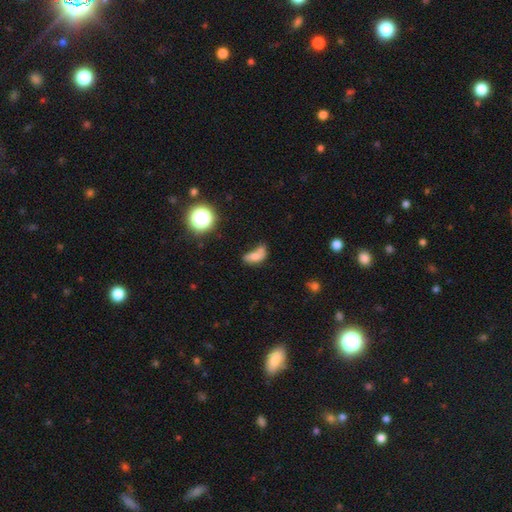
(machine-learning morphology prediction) Smooth or featured? Predicted: smooth (p=0.65). How rounded? Predicted: in between (p=0.82). Merging? Predicted: merger (p=0.39).